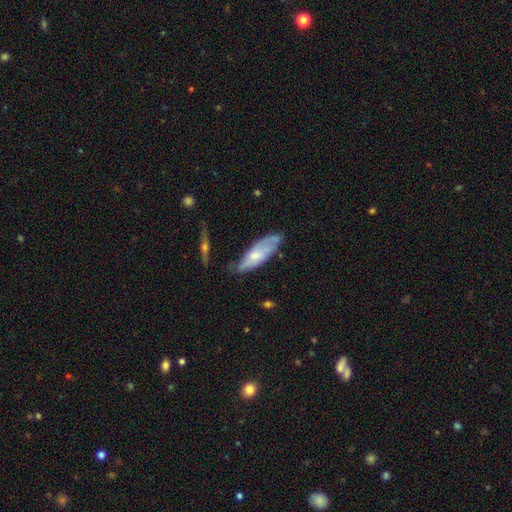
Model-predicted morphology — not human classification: A smooth galaxy with no disk features (52%) that is in between round and cigar-shaped (63%).

Vote fractions:
- Smooth or featured? smooth: 52% / featured or disk: 42% / star or artifact: 6%
- How rounded? in between: 63% / cigar-shaped: 35% / round: 2%
- Merging? none: 56% / minor disturbance: 31% / major disturbance: 9% / merger: 4%